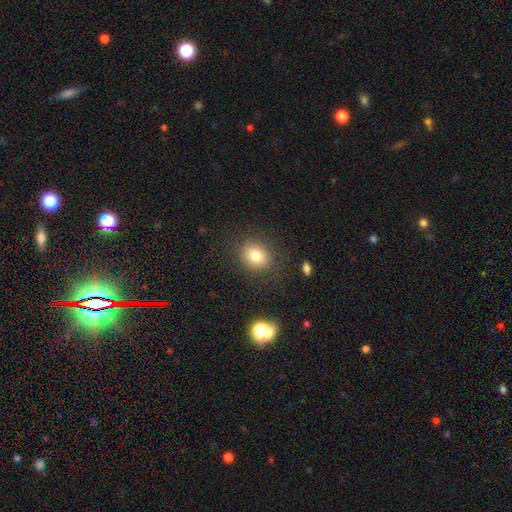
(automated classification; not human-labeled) Q: Smooth or featured?
A: smooth (79%); runner-up: star or artifact (12%)
Q: How rounded?
A: round (70%); runner-up: in between (29%)
Q: Merging?
A: none (85%); runner-up: minor disturbance (10%)